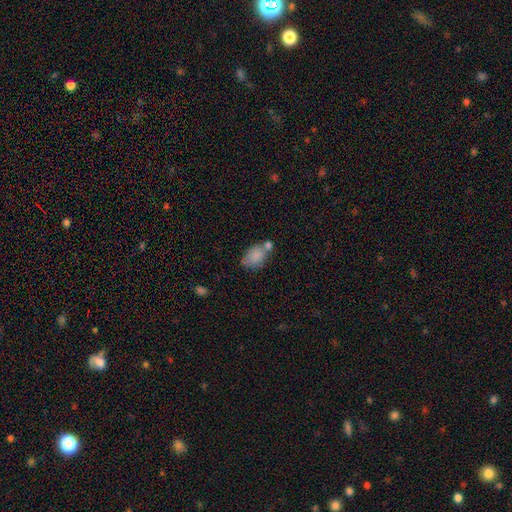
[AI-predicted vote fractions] This is clearly a smooth galaxy (82%). How rounded: clearly in between (84%). Merging: marginally none (44%).